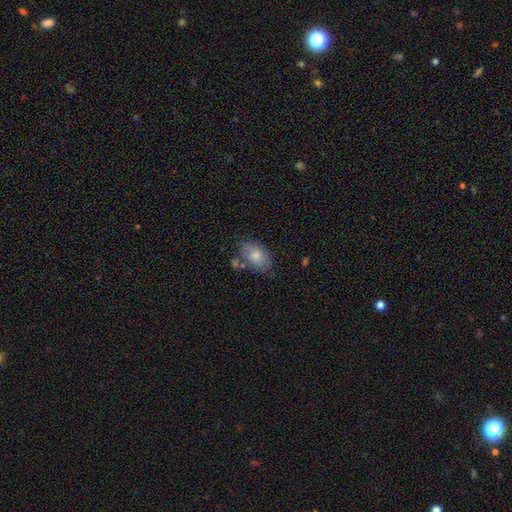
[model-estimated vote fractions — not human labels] smooth-or-featured: smooth: 75% | featured or disk: 18% | star or artifact: 7%
  how-rounded: in between: 90% | round: 9% | cigar-shaped: 1%
  merging: none: 61% | minor disturbance: 23% | merger: 9% | major disturbance: 7%